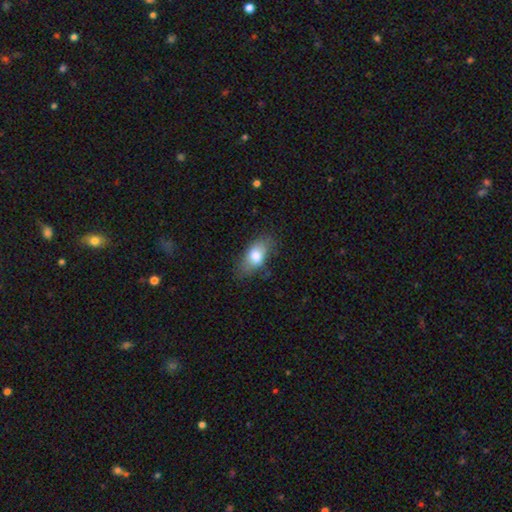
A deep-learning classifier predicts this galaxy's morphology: A smooth galaxy with no disk features (77%) that is in between round and cigar-shaped (88%). Merging: none (68%).